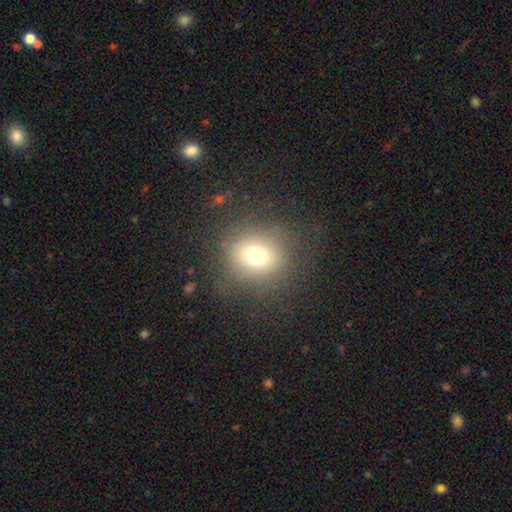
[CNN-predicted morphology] This is likely a smooth galaxy (71%). How rounded: clearly round (82%). Merging: clearly none (81%).